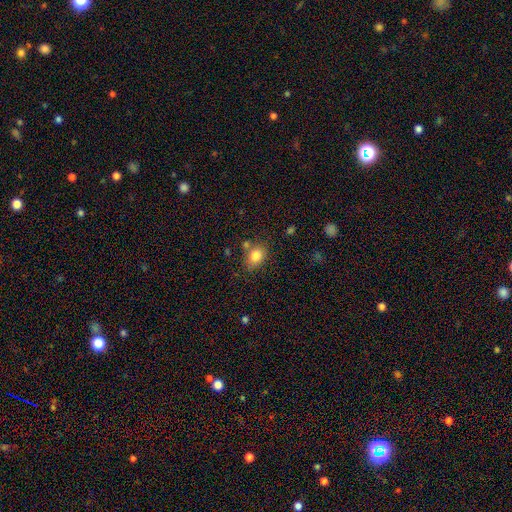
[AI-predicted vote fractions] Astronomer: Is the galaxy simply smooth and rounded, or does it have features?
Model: smooth — 82%.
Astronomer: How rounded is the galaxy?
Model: in between — 62%.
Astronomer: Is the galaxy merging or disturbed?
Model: none — 70%.